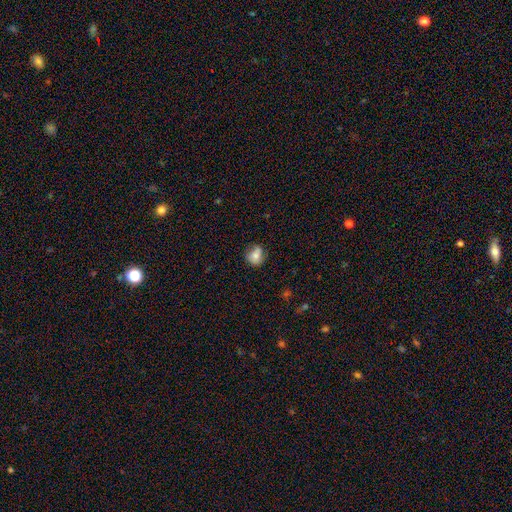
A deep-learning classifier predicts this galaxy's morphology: Smooth or featured? smooth (70%)
How rounded? round (72%)
Merging? none (57%)